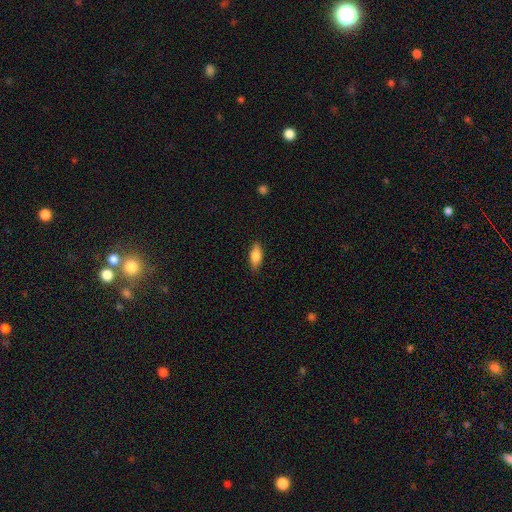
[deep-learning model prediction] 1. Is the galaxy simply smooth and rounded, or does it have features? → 81% smooth, 13% featured or disk, 7% star or artifact.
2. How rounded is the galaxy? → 79% in between, 18% cigar-shaped, 3% round.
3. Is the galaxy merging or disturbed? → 85% none, 12% minor disturbance, 2% major disturbance, 1% merger.